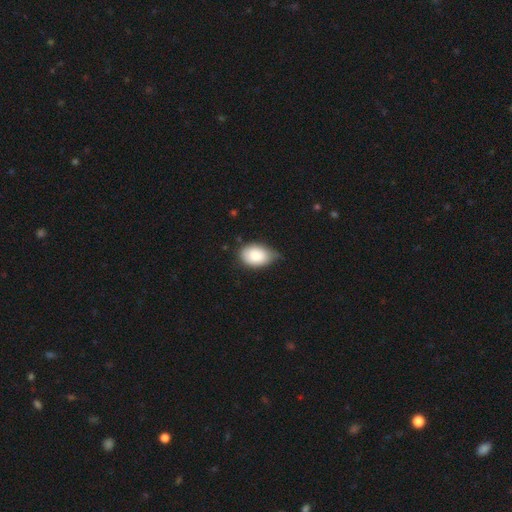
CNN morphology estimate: Smooth or featured? smooth (83%)
How rounded? in between (85%)
Merging? none (47%)